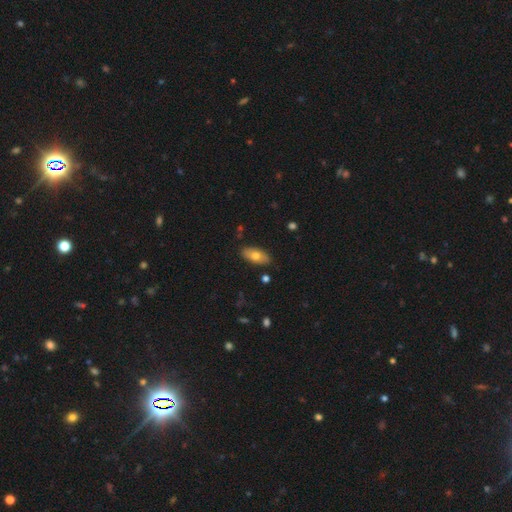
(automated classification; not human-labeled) smooth-or-featured: smooth: 70% | featured or disk: 23% | star or artifact: 7%
  how-rounded: in between: 89% | cigar-shaped: 8% | round: 3%
  merging: none: 86% | minor disturbance: 10% | major disturbance: 2% | merger: 1%